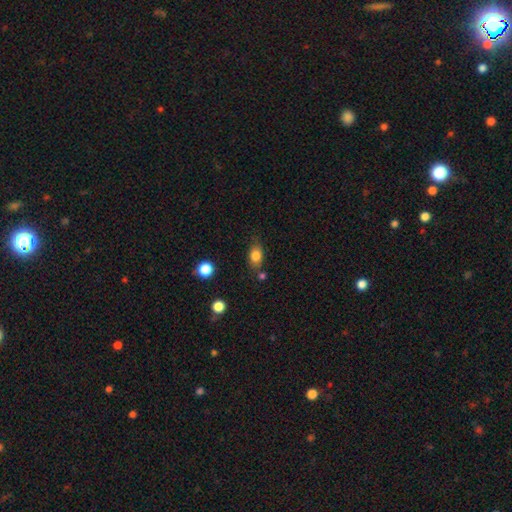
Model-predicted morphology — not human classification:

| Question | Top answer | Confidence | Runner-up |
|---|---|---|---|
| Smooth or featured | smooth | 82% | star or artifact (9%) |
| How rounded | in between | 74% | round (22%) |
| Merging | none | 70% | minor disturbance (18%) |